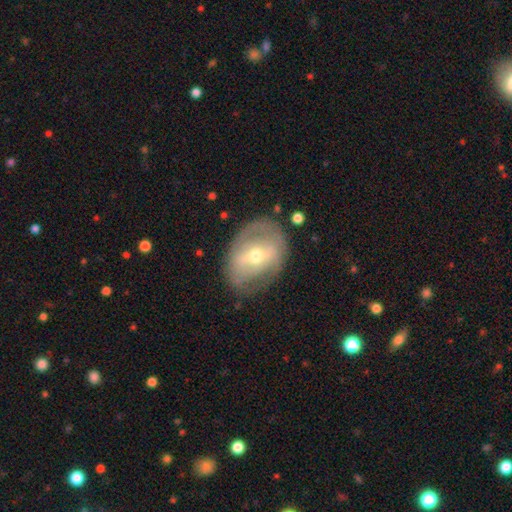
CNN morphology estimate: The model was most divided on "bar": weak: 39%, strong: 38%, no: 23%. More confident: edge-on disk — no (93%); merging — none (69%); smooth or featured — featured or disk (66%); bulge size — moderate (60%); spiral arms — yes (53%).